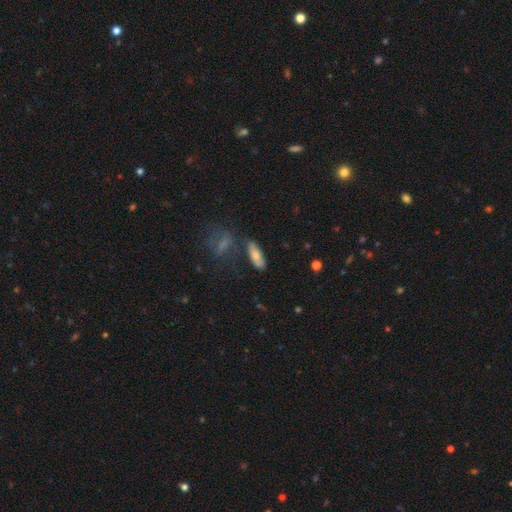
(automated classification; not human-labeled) A smooth galaxy with no disk features (69%) that is in between round and cigar-shaped (56%).

Vote fractions:
- Smooth or featured? smooth: 69% / featured or disk: 22% / star or artifact: 9%
- How rounded? in between: 56% / cigar-shaped: 41% / round: 3%
- Merging? none: 63% / minor disturbance: 18% / merger: 12% / major disturbance: 7%